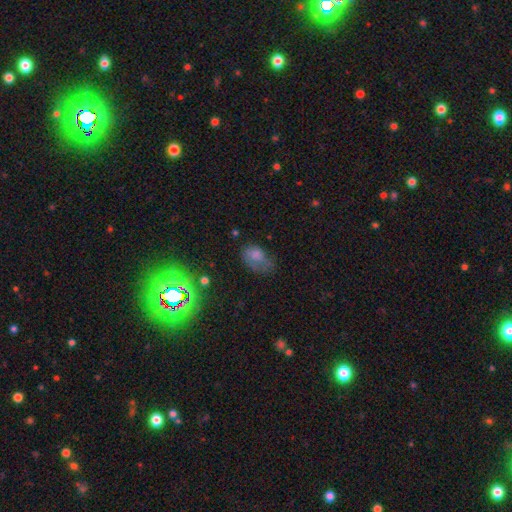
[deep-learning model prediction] This appears to be a smooth galaxy with no disk features (69%) that is in between round and cigar-shaped (80%). Merging: minor disturbance (34%).